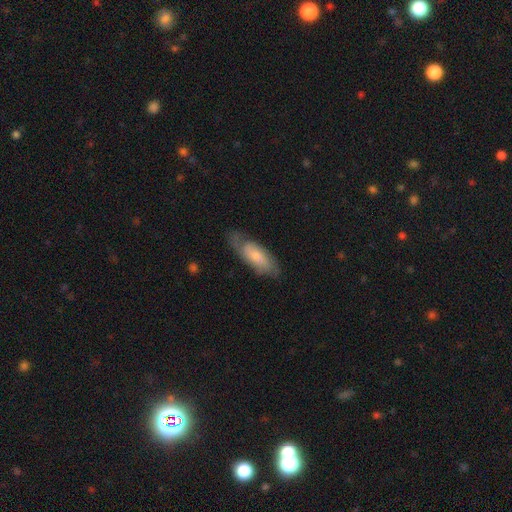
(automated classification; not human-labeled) This is possibly a smooth galaxy (50%). How rounded: likely in between (73%). Merging: likely none (63%).